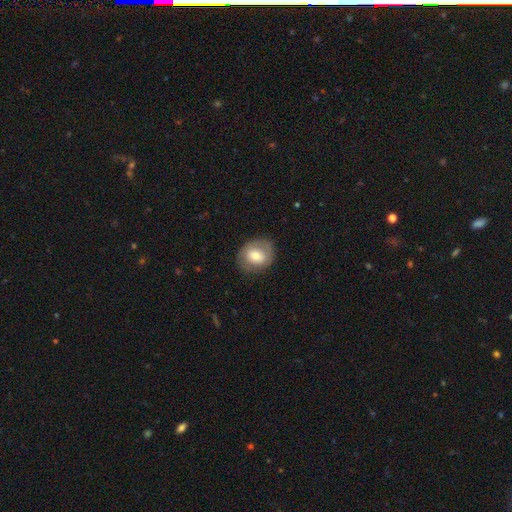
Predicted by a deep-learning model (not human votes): This appears to be a smooth galaxy with no disk features (63%) that is round (60%). Merging: none (79%).